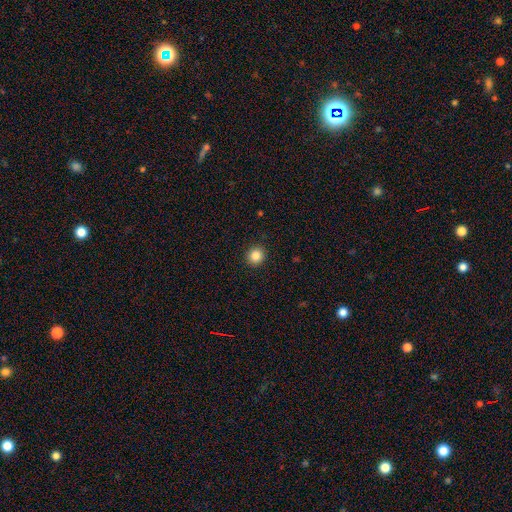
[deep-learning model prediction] This is clearly a smooth galaxy (85%). How rounded: clearly round (90%). Merging: clearly none (92%).